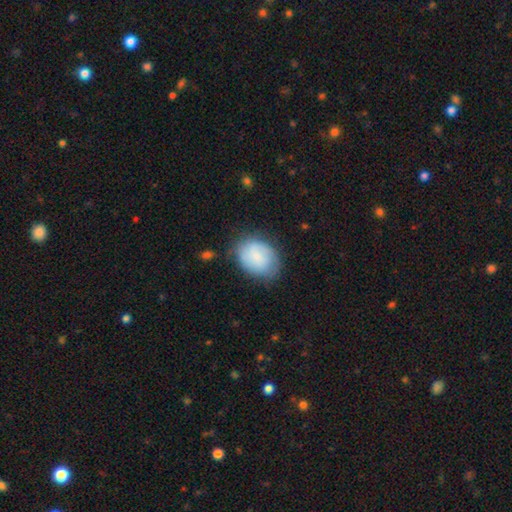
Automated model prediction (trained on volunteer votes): Smooth or featured: smooth — 75% (featured or disk — 18%)
How rounded: in between — 66% (round — 33%)
Merging: none — 68% (minor disturbance — 24%)